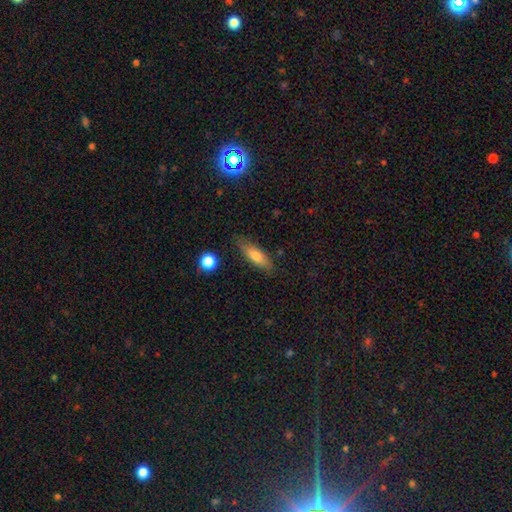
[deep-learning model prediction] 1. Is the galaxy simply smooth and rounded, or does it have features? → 70% smooth, 23% featured or disk, 8% star or artifact.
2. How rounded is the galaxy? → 51% in between, 46% cigar-shaped, 3% round.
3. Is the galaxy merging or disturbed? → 80% none, 15% minor disturbance, 3% major disturbance, 2% merger.